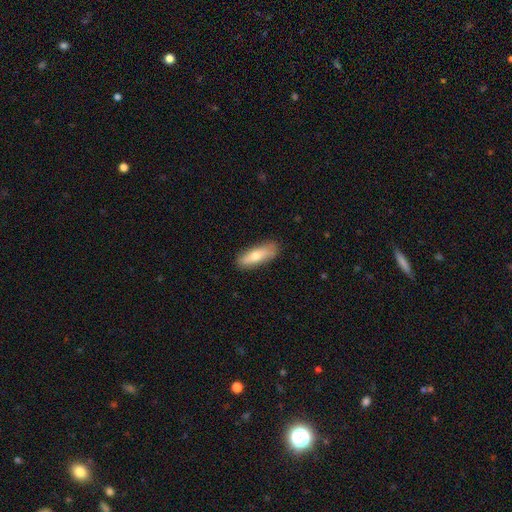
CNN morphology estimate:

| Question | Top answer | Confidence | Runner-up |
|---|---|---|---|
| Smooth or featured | smooth | 69% | featured or disk (26%) |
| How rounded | in between | 50% | cigar-shaped (48%) |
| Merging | none | 84% | minor disturbance (13%) |